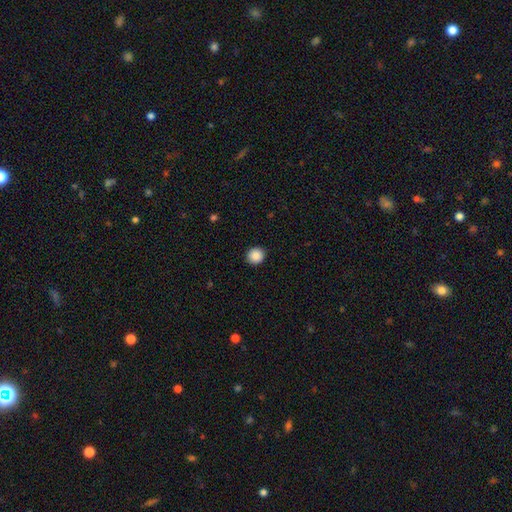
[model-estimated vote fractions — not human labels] Smooth or featured? smooth (88%)
How rounded? round (89%)
Merging? none (92%)